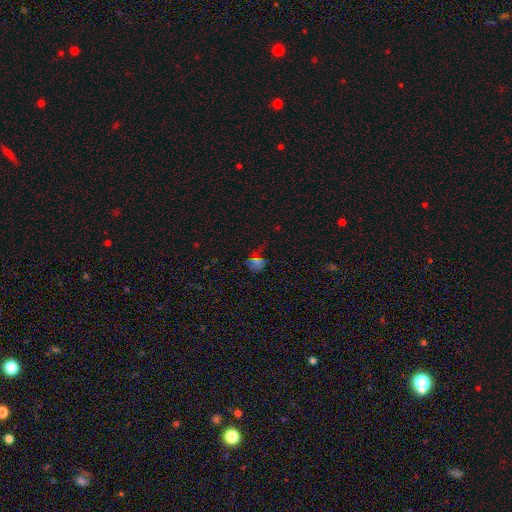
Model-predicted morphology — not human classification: This is possibly a star or artifact rather than a galaxy (47%).